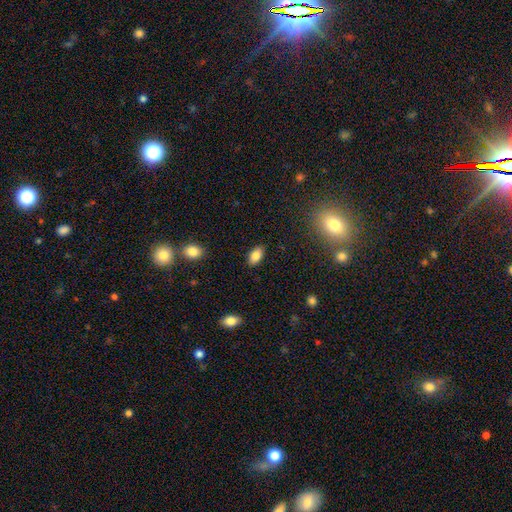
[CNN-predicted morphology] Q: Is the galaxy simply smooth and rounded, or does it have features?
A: smooth — 83%.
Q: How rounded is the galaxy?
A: in between — 91%.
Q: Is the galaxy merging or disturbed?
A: none — 88%.